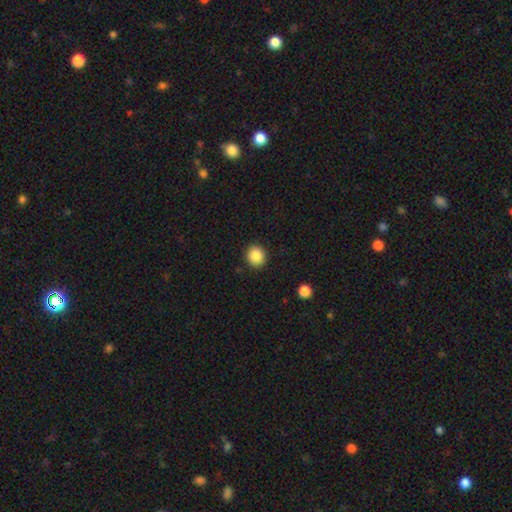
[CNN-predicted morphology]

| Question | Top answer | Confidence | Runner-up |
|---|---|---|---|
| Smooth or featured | smooth | 87% | star or artifact (9%) |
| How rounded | round | 87% | in between (12%) |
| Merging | none | 91% | minor disturbance (6%) |